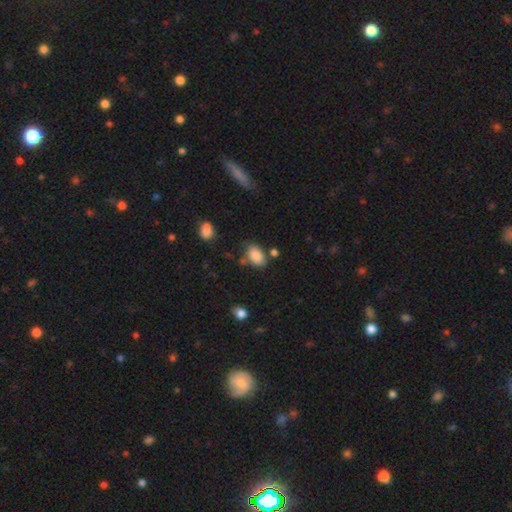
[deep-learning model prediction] Smooth or featured? smooth (87%)
How rounded? in between (89%)
Merging? none (70%)